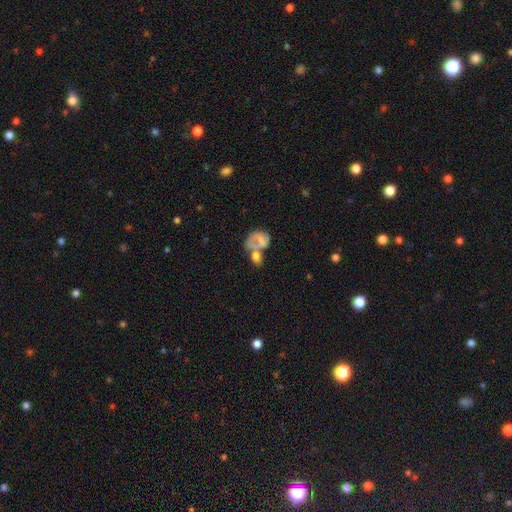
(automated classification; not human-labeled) A smooth galaxy with no disk features (64%) that is in between round and cigar-shaped (67%). Merging: merger (52%).